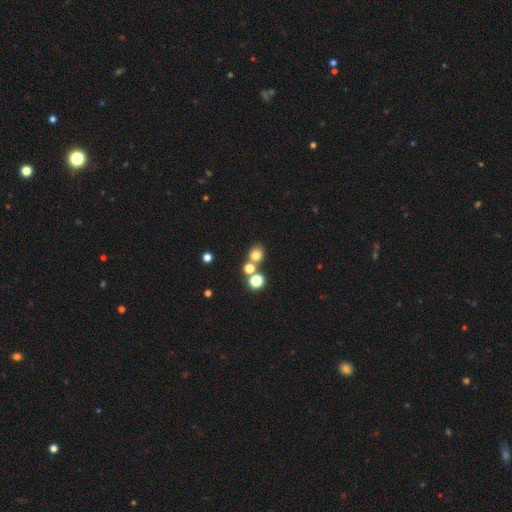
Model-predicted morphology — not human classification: smooth 73%, star or artifact 18%, featured or disk 9%. Down the decision tree: how rounded — round (68%); merging — none (61%).